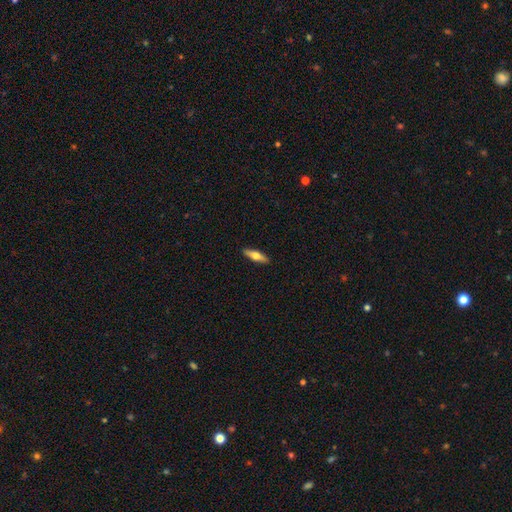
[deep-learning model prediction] Morphology: type=smooth (53%); roundness=cigar-shaped (61%); merging=none (91%).